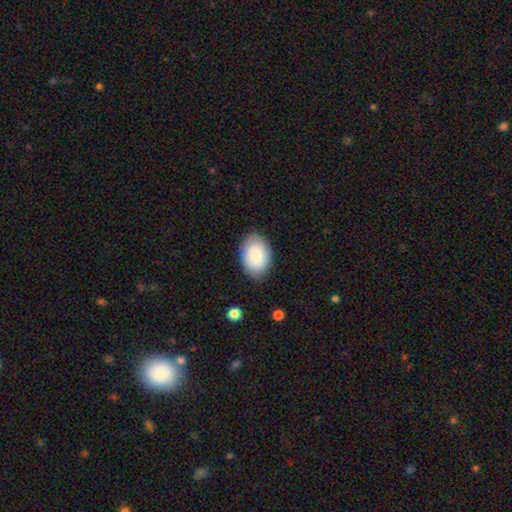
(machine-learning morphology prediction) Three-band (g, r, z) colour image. It shows a smooth galaxy with no disk features (86%) that is in between round and cigar-shaped (88%). Merging: none (82%).